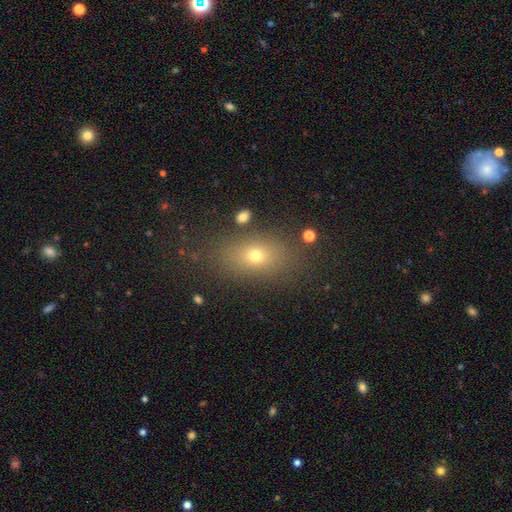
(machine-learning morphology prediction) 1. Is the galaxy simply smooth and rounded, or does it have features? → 67% smooth, 17% star or artifact, 16% featured or disk.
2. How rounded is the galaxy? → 76% in between, 19% round, 5% cigar-shaped.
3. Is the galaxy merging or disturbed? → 81% none, 11% minor disturbance, 5% major disturbance, 3% merger.